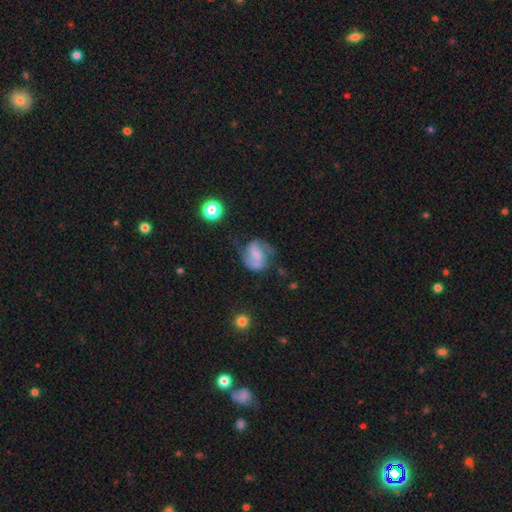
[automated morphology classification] Q: Smooth or featured?
A: featured or disk (64%); runner-up: smooth (27%)
Q: Edge-on disk?
A: no (98%); runner-up: yes (2%)
Q: Bar?
A: weak (44%); runner-up: no (36%)
Q: Spiral arms?
A: yes (90%); runner-up: no (10%)
Q: Spiral winding?
A: medium (44%); runner-up: loose (39%)
Q: Spiral arm count?
A: 2 (85%); runner-up: can't tell (7%)
Q: Bulge size?
A: none (36%); runner-up: small (35%)
Q: Merging?
A: none (55%); runner-up: minor disturbance (25%)